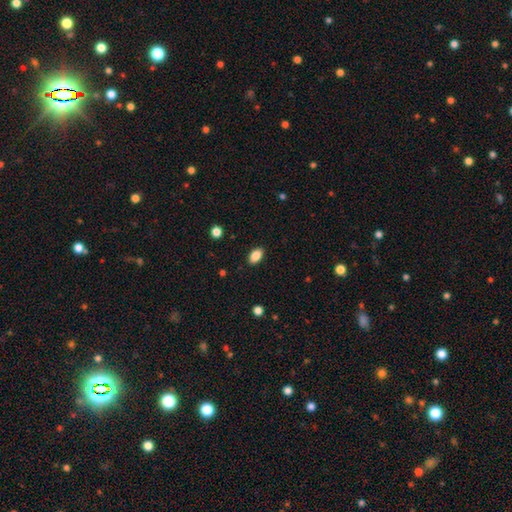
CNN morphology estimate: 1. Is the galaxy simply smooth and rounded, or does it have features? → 87% smooth, 8% star or artifact, 5% featured or disk.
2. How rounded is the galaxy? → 91% in between, 7% round, 2% cigar-shaped.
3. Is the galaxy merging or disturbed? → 89% none, 8% minor disturbance, 2% major disturbance, 1% merger.